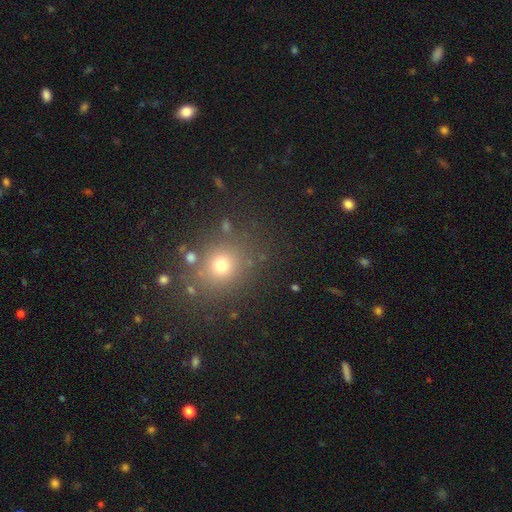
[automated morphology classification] This is likely a smooth galaxy (61%). How rounded: likely round (74%). Merging: clearly none (84%).